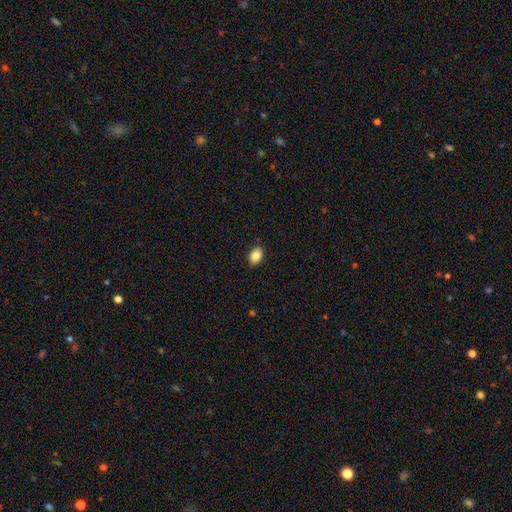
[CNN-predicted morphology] Q: Smooth or featured?
A: smooth (86%); runner-up: star or artifact (8%)
Q: How rounded?
A: in between (81%); runner-up: round (17%)
Q: Merging?
A: none (88%); runner-up: minor disturbance (9%)